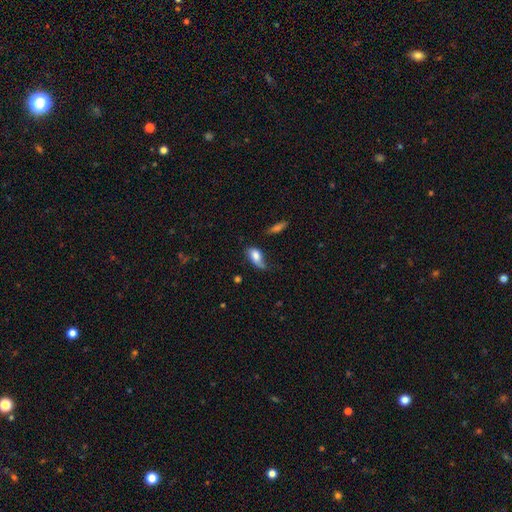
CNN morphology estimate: type=smooth (71%); roundness=in between (87%); merging=minor disturbance (36%).